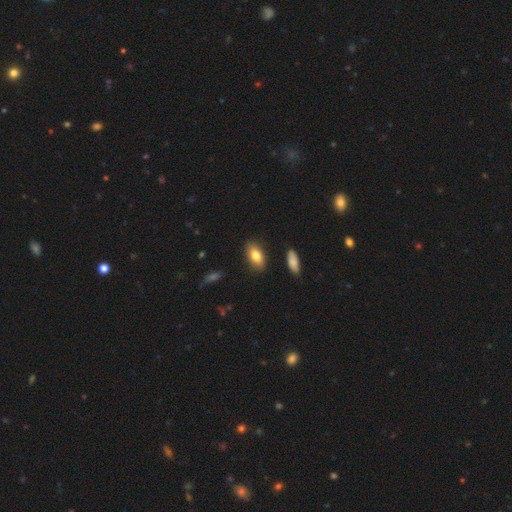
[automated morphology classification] Smooth or featured?
  - smooth: 81% *
  - featured or disk: 12%
  - star or artifact: 7%
How rounded?
  - in between: 90% *
  - cigar-shaped: 6%
  - round: 5%
Merging?
  - none: 86% *
  - minor disturbance: 10%
  - major disturbance: 2%
  - merger: 2%